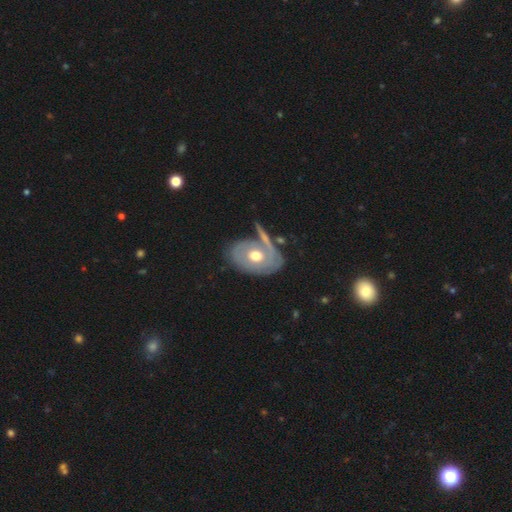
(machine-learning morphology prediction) A featured or disk galaxy (58%) with no bar (86%), no spiral arms (58%) and a moderate central bulge (77%).

Vote fractions:
- Smooth or featured? featured or disk: 58% / smooth: 36% / star or artifact: 6%
- Edge-on disk? no: 89% / yes: 11%
- Bar? no: 86% / weak: 11% / strong: 3%
- Spiral arms? no: 58% / yes: 42%
- Bulge size? moderate: 77% / large: 10% / small: 10% / dominant: 1% / none: 1%
- Merging? none: 60% / minor disturbance: 18% / merger: 15% / major disturbance: 8%